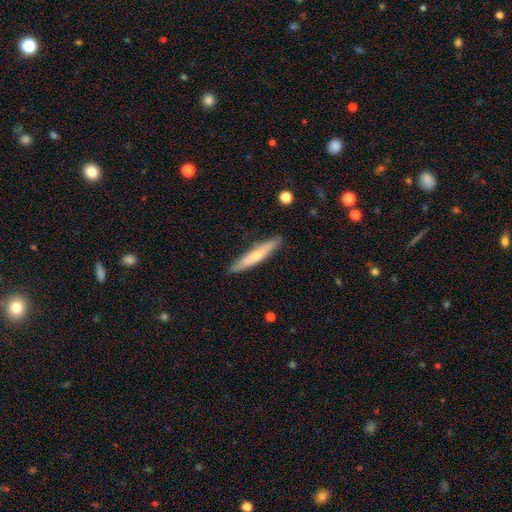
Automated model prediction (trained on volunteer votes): The model was most divided on "smooth or featured": smooth: 57%, featured or disk: 38%, star or artifact: 6%. More confident: how rounded — cigar-shaped (92%); merging — none (87%).